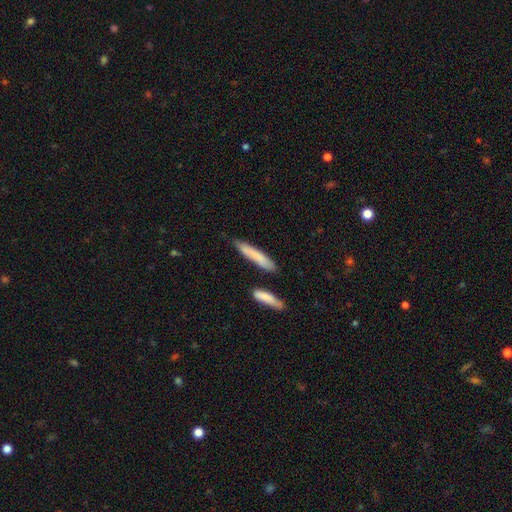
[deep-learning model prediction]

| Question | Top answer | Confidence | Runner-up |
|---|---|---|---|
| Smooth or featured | smooth | 75% | featured or disk (18%) |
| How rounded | cigar-shaped | 91% | in between (8%) |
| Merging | none | 76% | minor disturbance (14%) |